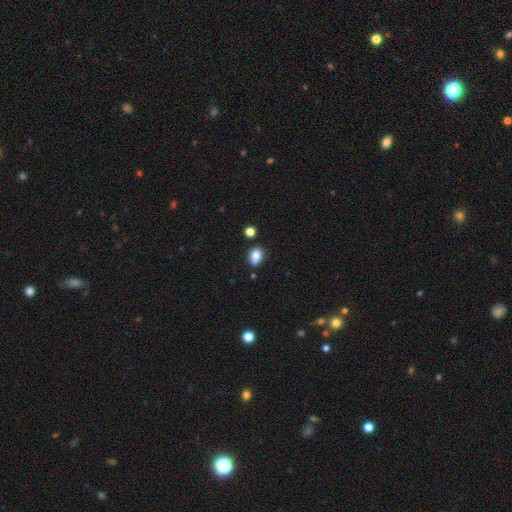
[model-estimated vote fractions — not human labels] smooth 81%, star or artifact 10%, featured or disk 9%. Down the decision tree: how rounded — in between (77%); merging — none (67%).